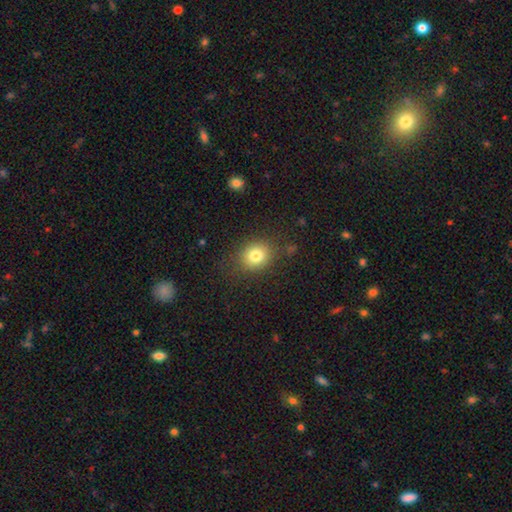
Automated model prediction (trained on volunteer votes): This appears to be a smooth galaxy with no disk features (80%) that is round (69%). Merging: none (82%).